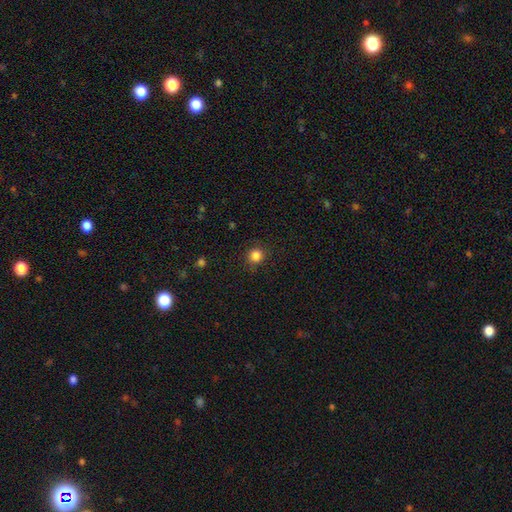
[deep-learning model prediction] Smooth or featured? Predicted: smooth (p=0.84). How rounded? Predicted: round (p=0.90). Merging? Predicted: none (p=0.87).